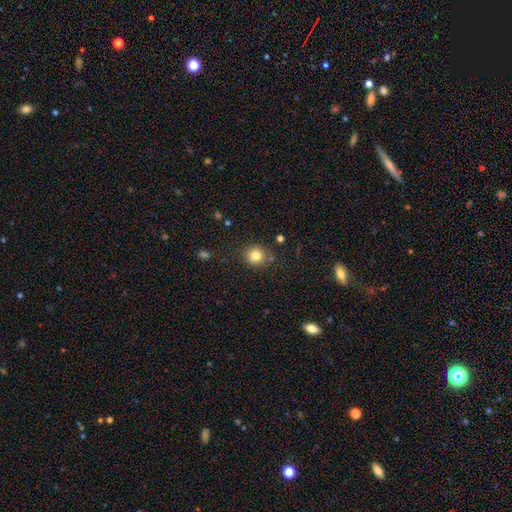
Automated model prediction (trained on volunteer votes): Smooth or featured: smooth — 80% (star or artifact — 12%)
How rounded: round — 86% (in between — 13%)
Merging: none — 83% (minor disturbance — 11%)